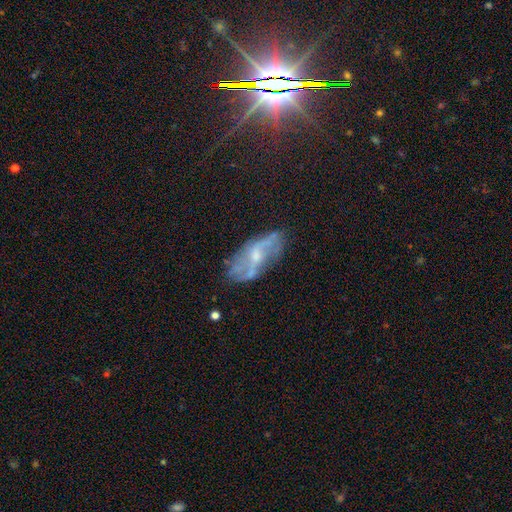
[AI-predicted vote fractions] Morphology: type=featured or disk (68%); edge-on=no (88%); bar=no (49%); spiral arms=yes (68%); bulge=small (49%); merging=none (63%).